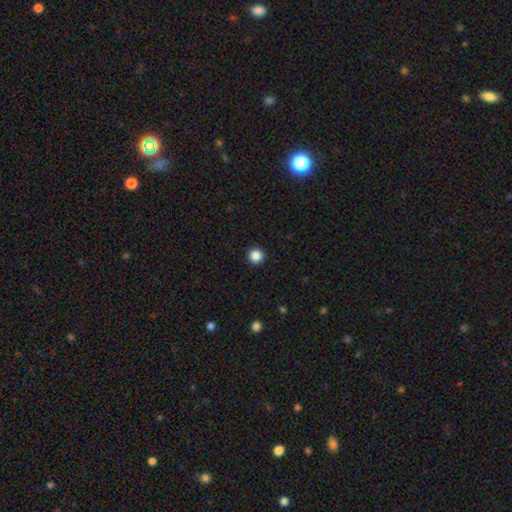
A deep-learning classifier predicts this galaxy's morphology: Q: Smooth or featured?
A: smooth (86%); runner-up: star or artifact (11%)
Q: How rounded?
A: round (96%); runner-up: in between (3%)
Q: Merging?
A: none (94%); runner-up: minor disturbance (4%)